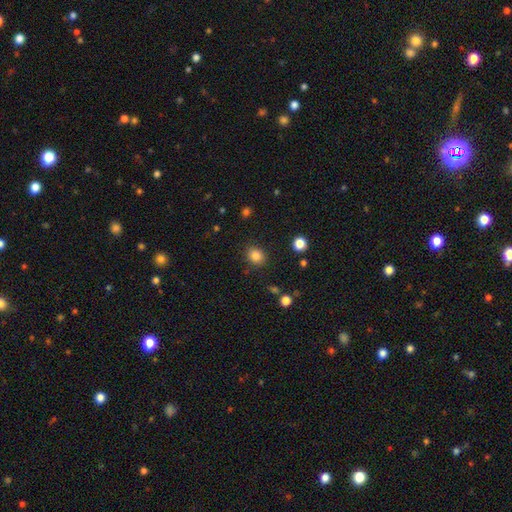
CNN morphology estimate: The model was most divided on "how rounded": round: 64%, in between: 35%, cigar-shaped: 1%. More confident: merging — none (85%); smooth or featured — smooth (84%).